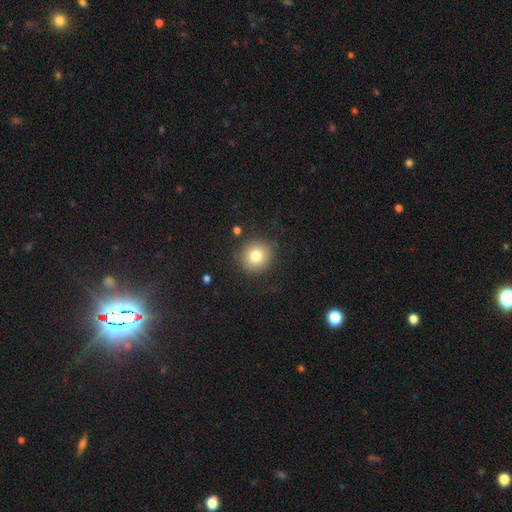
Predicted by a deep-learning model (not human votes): Smooth or featured: smooth — 79% (star or artifact — 10%)
How rounded: round — 91% (in between — 8%)
Merging: none — 86% (minor disturbance — 9%)